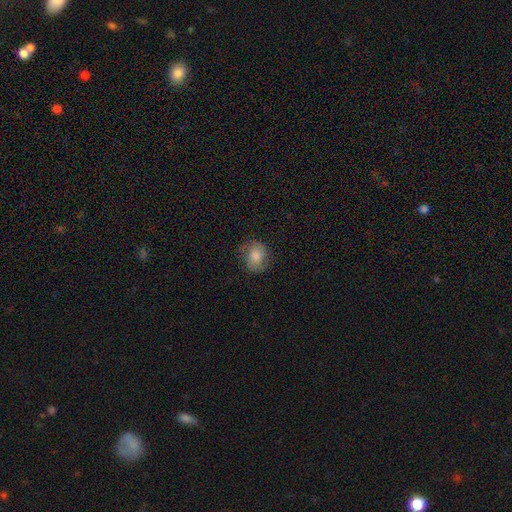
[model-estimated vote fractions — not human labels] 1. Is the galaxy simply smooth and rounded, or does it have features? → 53% smooth, 37% featured or disk, 10% star or artifact.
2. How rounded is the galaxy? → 65% round, 34% in between, 1% cigar-shaped.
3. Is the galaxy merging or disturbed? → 72% none, 19% minor disturbance, 8% major disturbance, 1% merger.